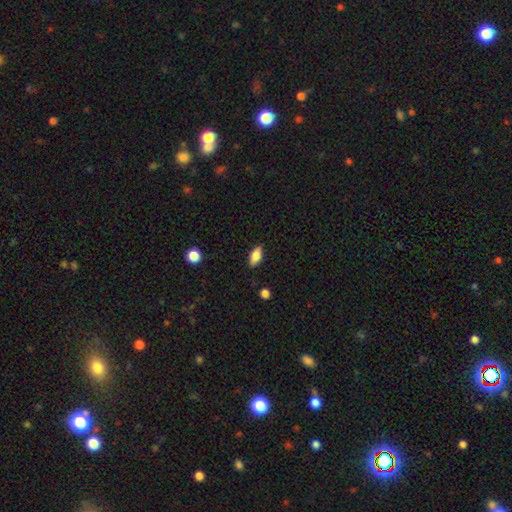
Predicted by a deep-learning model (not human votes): The model was most divided on "smooth or featured": smooth: 79%, featured or disk: 14%, star or artifact: 7%. More confident: merging — none (87%); how rounded — in between (85%).